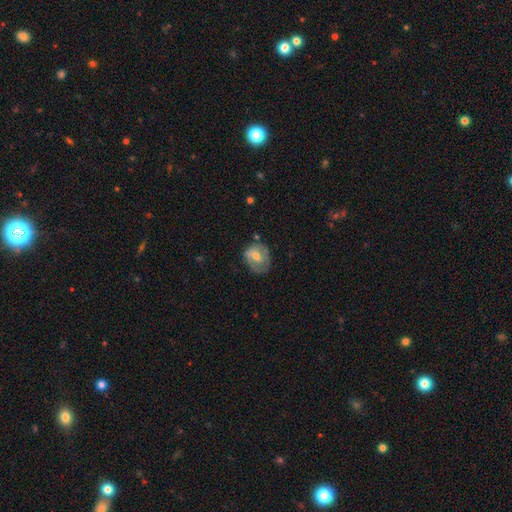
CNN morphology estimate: type=featured or disk (47%); merging=none (55%).